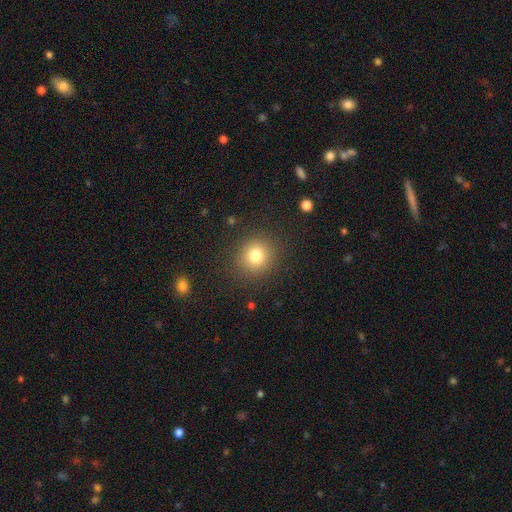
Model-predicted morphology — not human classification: smooth 79%, star or artifact 13%, featured or disk 8%. Down the decision tree: how rounded — round (88%); merging — none (88%).